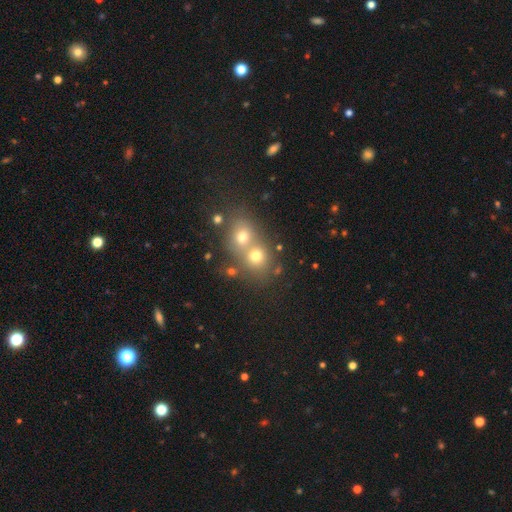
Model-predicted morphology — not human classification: Smooth or featured? smooth (68%)
How rounded? round (76%)
Merging? merger (58%)